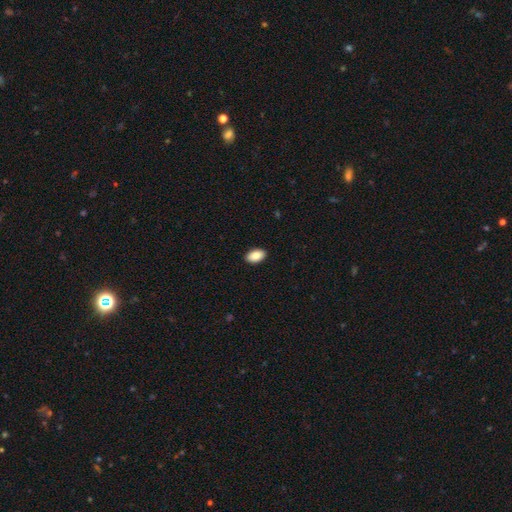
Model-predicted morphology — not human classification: smooth-or-featured: smooth: 89% | star or artifact: 7% | featured or disk: 4%
  how-rounded: in between: 93% | round: 5% | cigar-shaped: 1%
  merging: none: 90% | minor disturbance: 7% | major disturbance: 2% | merger: 1%